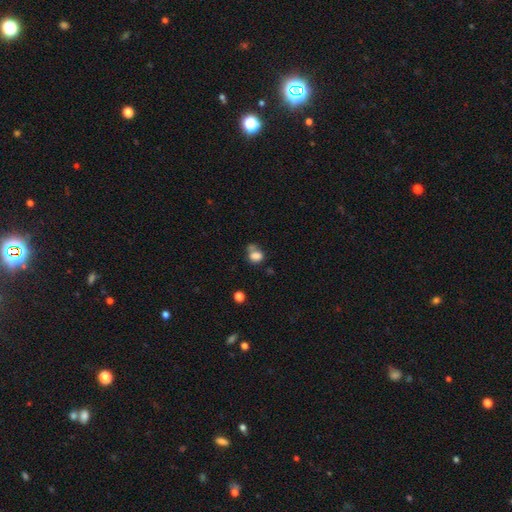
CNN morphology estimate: Smooth or featured? Predicted: smooth (p=0.78). How rounded? Predicted: in between (p=0.56). Merging? Predicted: none (p=0.36).